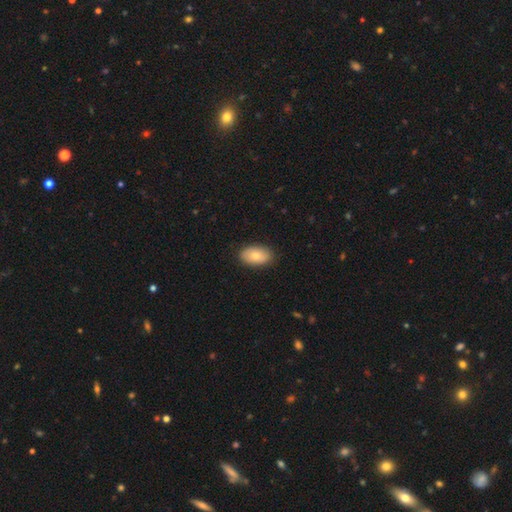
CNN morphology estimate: Smooth or featured? smooth (82%)
How rounded? in between (93%)
Merging? none (87%)